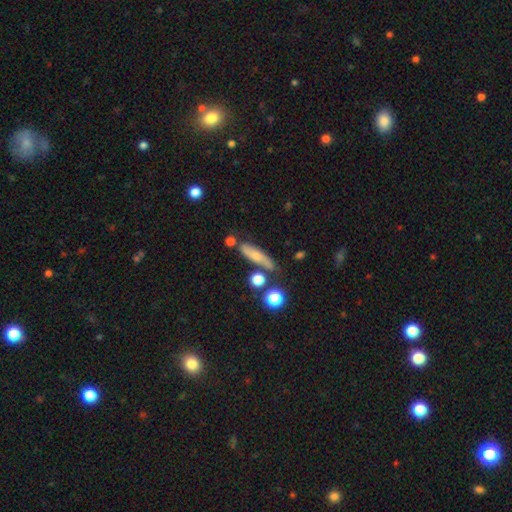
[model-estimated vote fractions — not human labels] Smooth or featured? Predicted: smooth (p=0.60). How rounded? Predicted: cigar-shaped (p=0.65). Merging? Predicted: none (p=0.67).